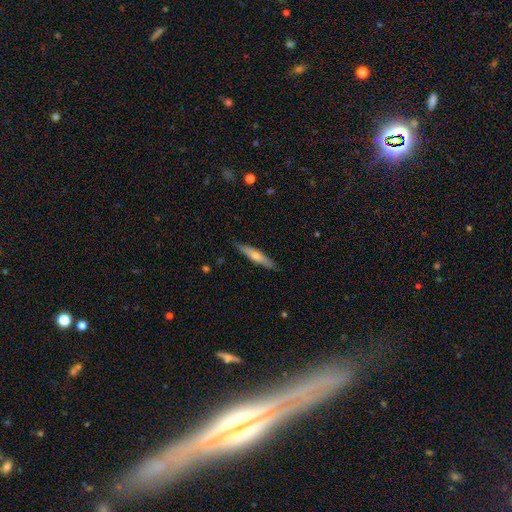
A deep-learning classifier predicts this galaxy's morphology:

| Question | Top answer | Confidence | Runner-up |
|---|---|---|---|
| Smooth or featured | smooth | 50% | featured or disk (44%) |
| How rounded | cigar-shaped | 86% | in between (13%) |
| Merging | none | 86% | minor disturbance (11%) |